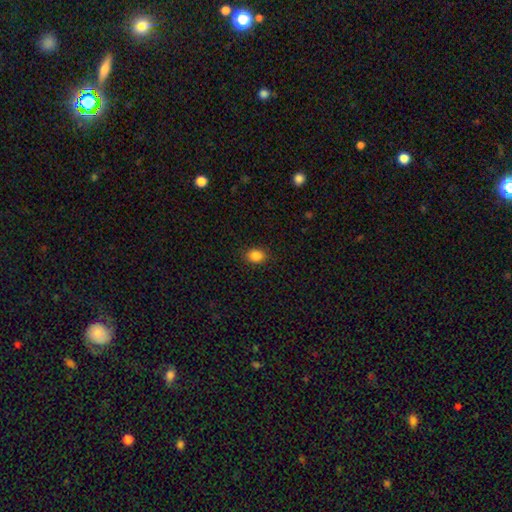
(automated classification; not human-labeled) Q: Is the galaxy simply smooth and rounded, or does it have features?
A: smooth — 87%.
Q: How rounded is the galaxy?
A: in between — 62%.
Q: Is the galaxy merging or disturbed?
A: none — 88%.